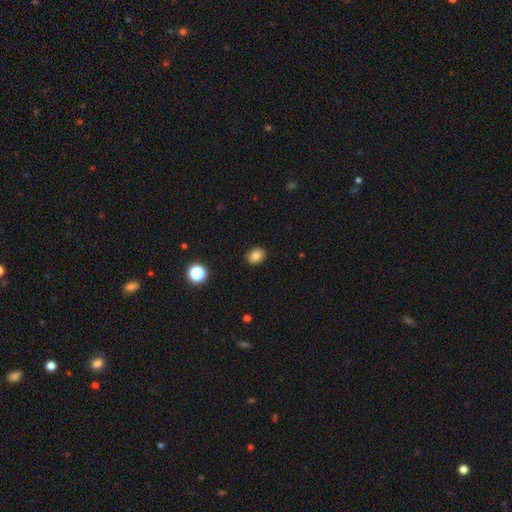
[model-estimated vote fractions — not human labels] This is clearly a smooth galaxy (83%). How rounded: likely in between (62%). Merging: clearly none (88%).